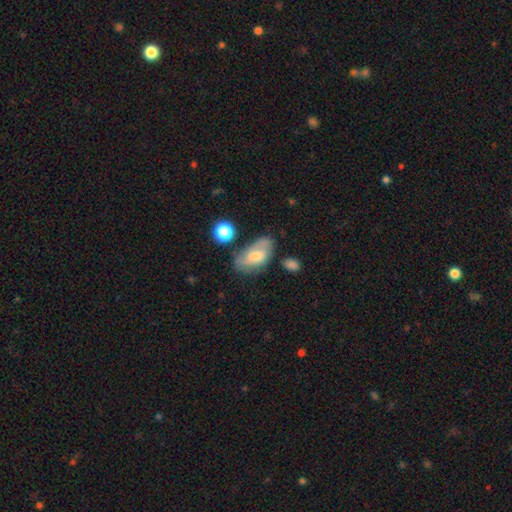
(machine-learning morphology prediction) Overall: smooth (54%; featured or disk 38%). How rounded: in between (91%). Merging: none (51%; minor disturbance 28%).